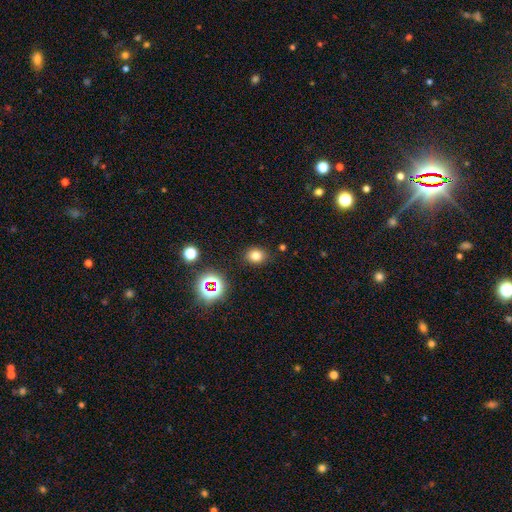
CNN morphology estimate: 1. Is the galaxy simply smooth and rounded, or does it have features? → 75% smooth, 18% star or artifact, 7% featured or disk.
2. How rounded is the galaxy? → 62% round, 37% in between, 1% cigar-shaped.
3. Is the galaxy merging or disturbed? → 86% none, 9% minor disturbance, 3% major disturbance, 2% merger.